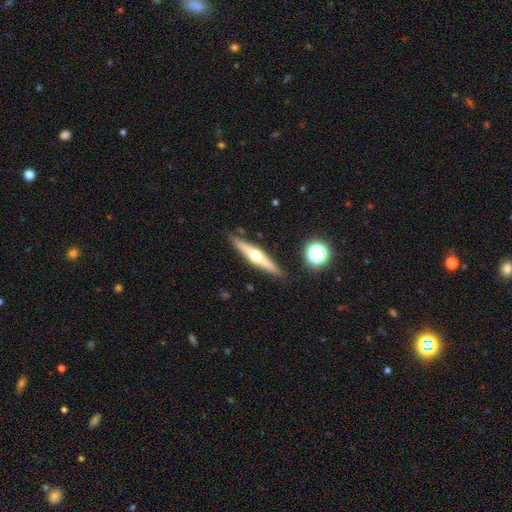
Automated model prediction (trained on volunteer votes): A featured or disk galaxy (69%) viewed edge-on (97%) with a rounded central bulge (95%). Merging: none (89%).